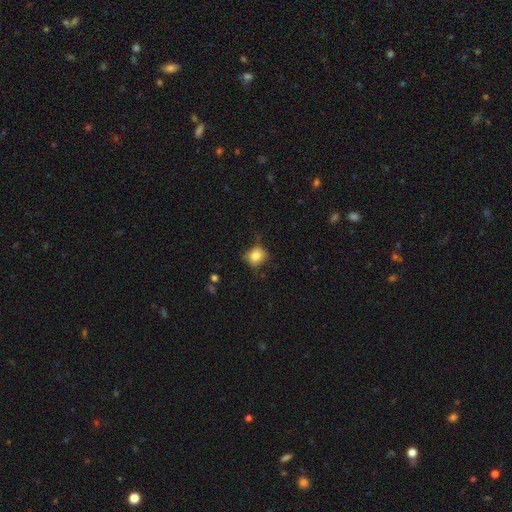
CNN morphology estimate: Q: Smooth or featured?
A: smooth (78%); runner-up: featured or disk (11%)
Q: How rounded?
A: round (70%); runner-up: in between (29%)
Q: Merging?
A: none (67%); runner-up: minor disturbance (25%)